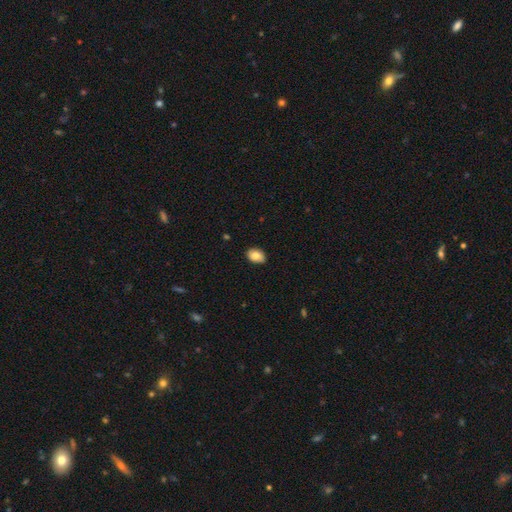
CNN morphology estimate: Q: Smooth or featured?
A: smooth (85%); runner-up: star or artifact (7%)
Q: How rounded?
A: in between (81%); runner-up: round (18%)
Q: Merging?
A: none (86%); runner-up: minor disturbance (11%)